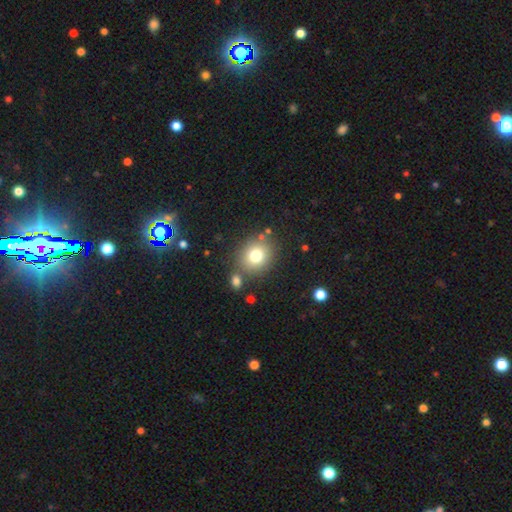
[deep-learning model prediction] Q: Smooth or featured?
A: smooth (76%); runner-up: star or artifact (13%)
Q: How rounded?
A: round (76%); runner-up: in between (23%)
Q: Merging?
A: none (77%); runner-up: minor disturbance (10%)